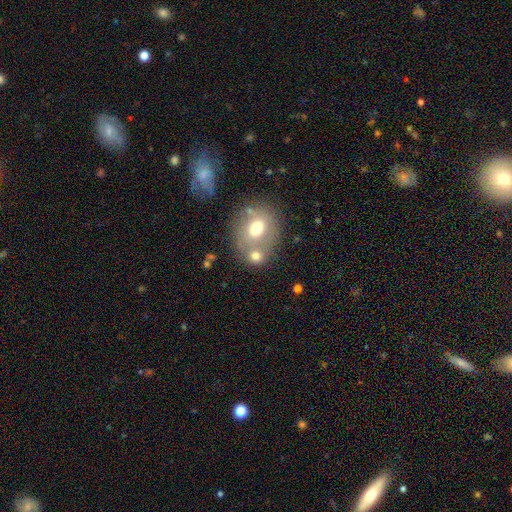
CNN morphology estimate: This appears to be a smooth galaxy with no disk features (69%) that is round (63%). Merging: merger (44%).